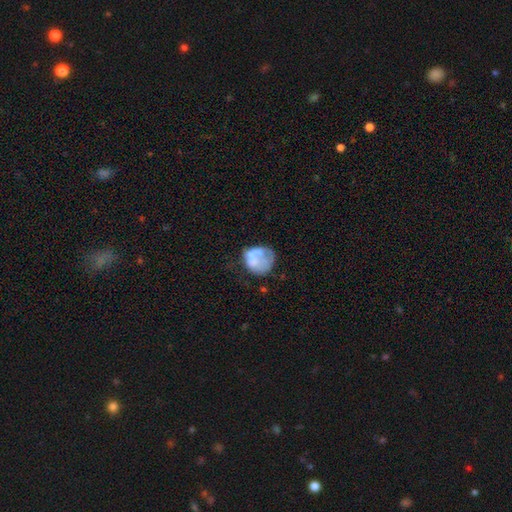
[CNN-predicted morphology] A smooth galaxy with no disk features (53%) that is round (75%).

Vote fractions:
- Smooth or featured? smooth: 53% / featured or disk: 38% / star or artifact: 9%
- How rounded? round: 75% / in between: 24% / cigar-shaped: 1%
- Merging? none: 40% / minor disturbance: 26% / major disturbance: 25% / merger: 10%